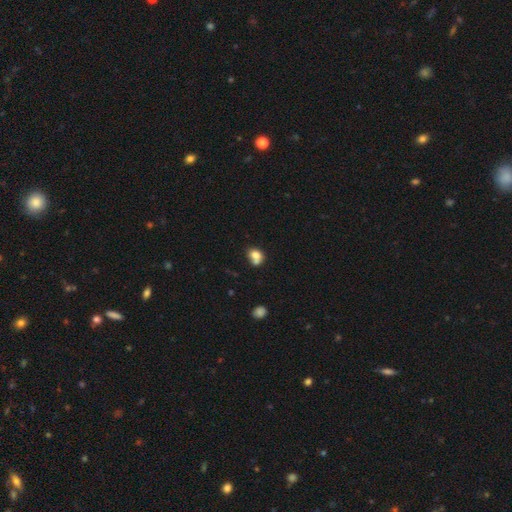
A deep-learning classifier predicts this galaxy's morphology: smooth 76%, featured or disk 13%, star or artifact 11%. Down the decision tree: how rounded — round (55%); merging — merger (39%).